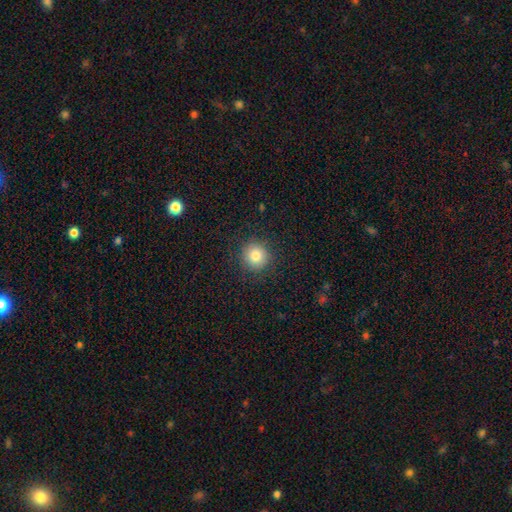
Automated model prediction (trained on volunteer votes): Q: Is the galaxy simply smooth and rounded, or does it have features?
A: smooth — 82%.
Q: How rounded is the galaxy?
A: round — 92%.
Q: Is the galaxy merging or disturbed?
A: none — 89%.